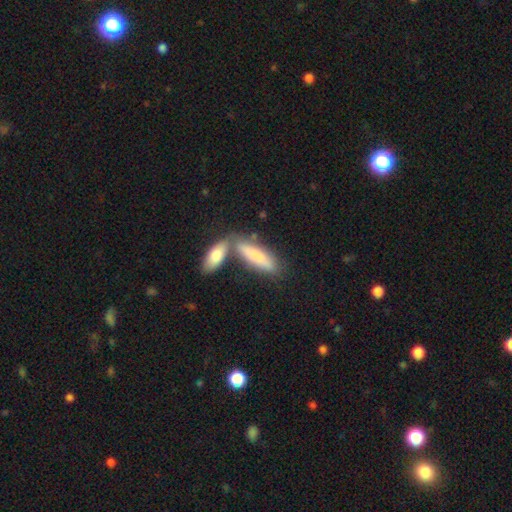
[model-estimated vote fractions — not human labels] The model was most divided on "merging": none: 45%, merger: 38%, minor disturbance: 12%, major disturbance: 5%. More confident: smooth or featured — smooth (77%); how rounded — cigar-shaped (63%).